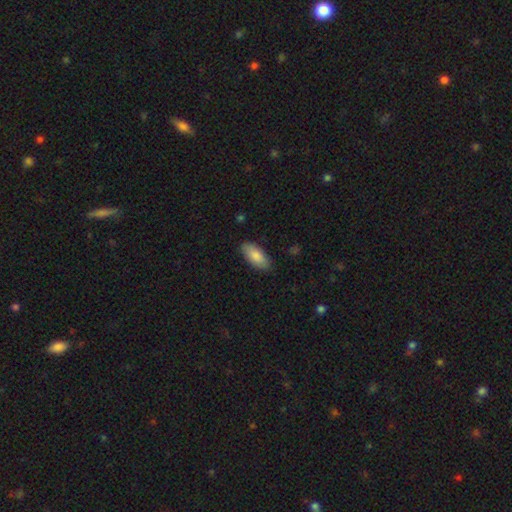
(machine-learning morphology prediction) smooth_or_featured: smooth (p=0.85) [alt: featured or disk p=0.09]
how_rounded: in between (p=0.88) [alt: cigar-shaped p=0.11]
merging: none (p=0.86) [alt: minor disturbance p=0.11]